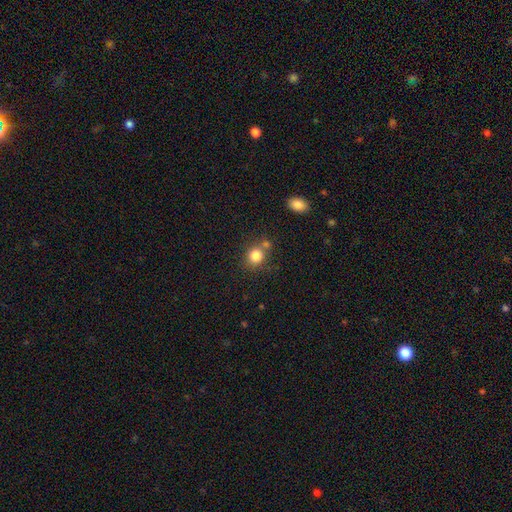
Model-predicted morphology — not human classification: Overall: smooth (82%). How rounded: round (79%). Merging: none (65%).